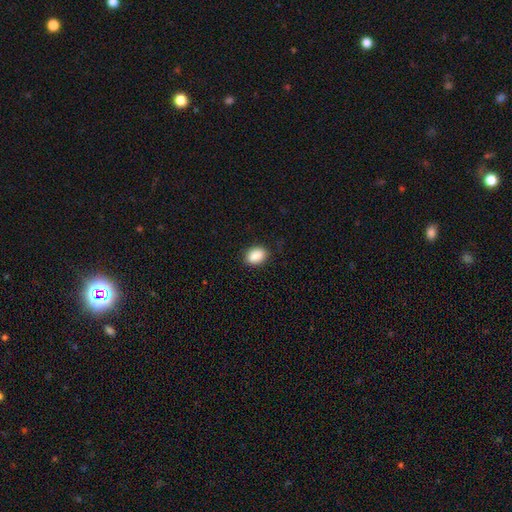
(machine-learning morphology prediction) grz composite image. It shows a smooth galaxy with no disk features (89%) that is in between round and cigar-shaped (83%). Merging: none (86%).